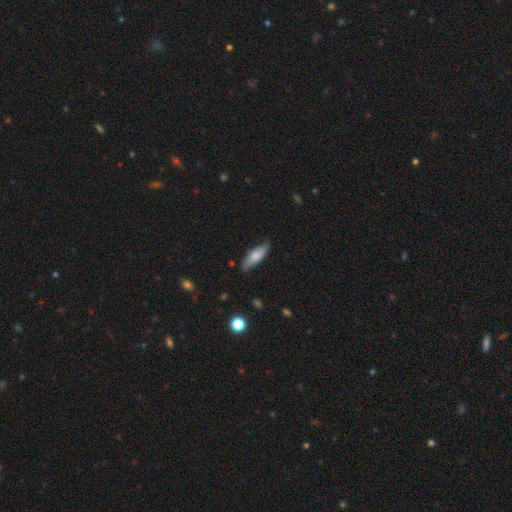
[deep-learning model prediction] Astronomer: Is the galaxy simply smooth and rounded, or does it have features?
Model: smooth — 64%.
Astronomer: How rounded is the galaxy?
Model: in between — 61% (runner-up: cigar-shaped, 37%).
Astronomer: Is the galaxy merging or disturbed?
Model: none — 74%.